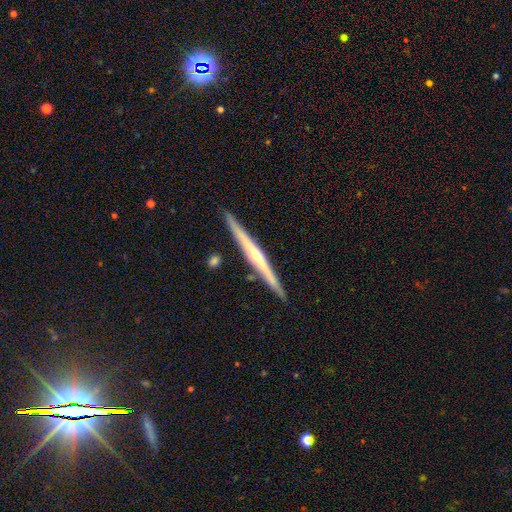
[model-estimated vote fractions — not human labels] smooth-or-featured: featured or disk: 77% | smooth: 16% | star or artifact: 7%
  disk-edge-on: yes: 98% | no: 2%
    edge-on-bulge: rounded: 71% | none: 24% | boxy: 5%
  merging: none: 91% | minor disturbance: 6% | merger: 1% | major disturbance: 1%